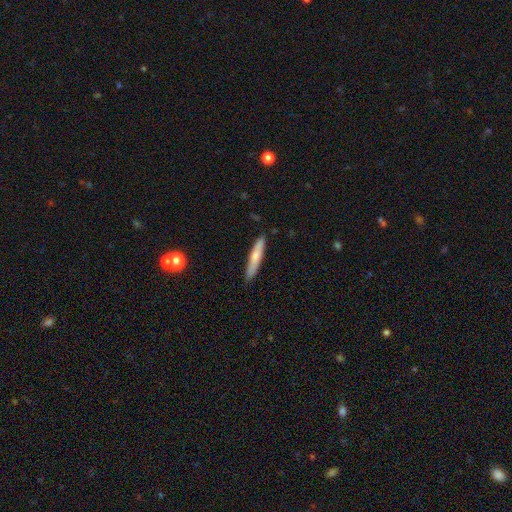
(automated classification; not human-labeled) smooth 68%, featured or disk 26%, star or artifact 6%. Down the decision tree: how rounded — cigar-shaped (90%); merging — none (87%).